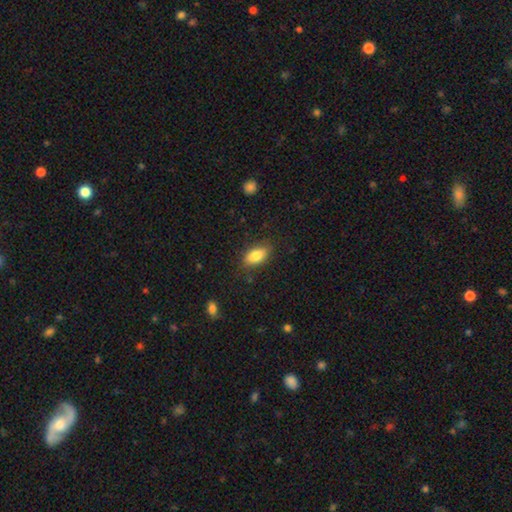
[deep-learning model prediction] The model was most divided on "merging": none: 82%, minor disturbance: 13%, major disturbance: 3%, merger: 1%. More confident: how rounded — in between (88%); smooth or featured — smooth (82%).